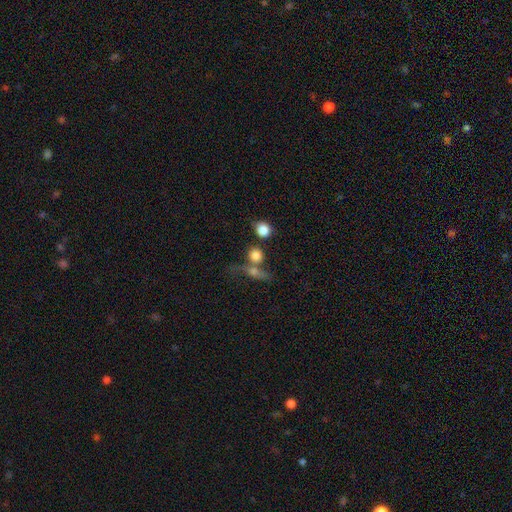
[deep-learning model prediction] smooth 72%, featured or disk 14%, star or artifact 13%. Down the decision tree: how rounded — round (77%); merging — none (48%).